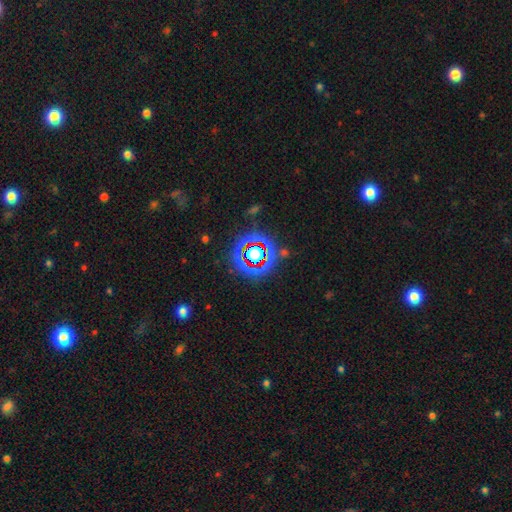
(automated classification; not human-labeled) This appears to be a star or artifact, not a galaxy (79%).